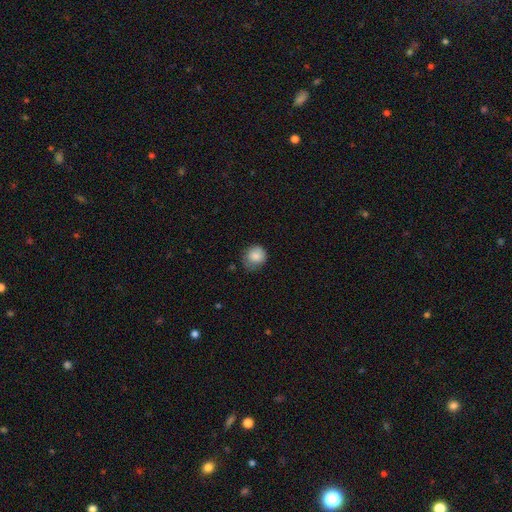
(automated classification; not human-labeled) A smooth galaxy with no disk features (85%) that is round (78%). Merging: none (58%).